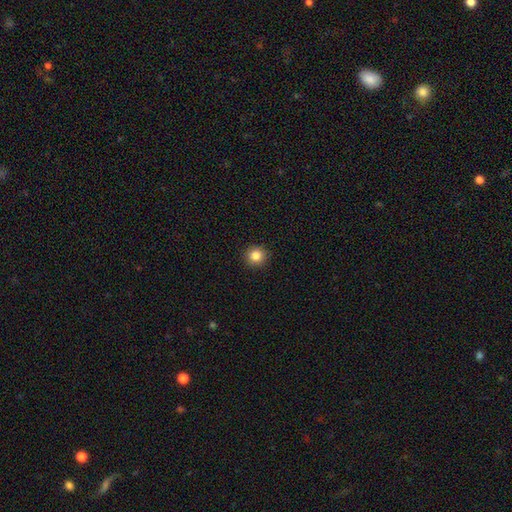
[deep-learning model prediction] Smooth or featured: smooth — 85% (star or artifact — 11%)
How rounded: round — 93% (in between — 6%)
Merging: none — 92% (minor disturbance — 5%)